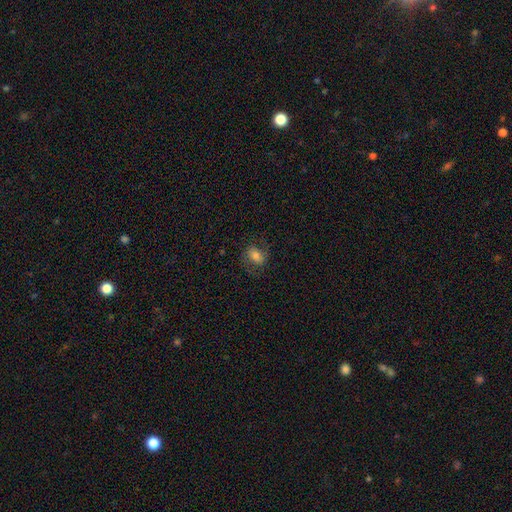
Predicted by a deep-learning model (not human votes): A smooth galaxy with no disk features (55%) that is in between round and cigar-shaped (62%).

Vote fractions:
- Smooth or featured? smooth: 55% / featured or disk: 35% / star or artifact: 10%
- How rounded? in between: 62% / round: 36% / cigar-shaped: 2%
- Merging? none: 70% / minor disturbance: 17% / major disturbance: 12% / merger: 1%